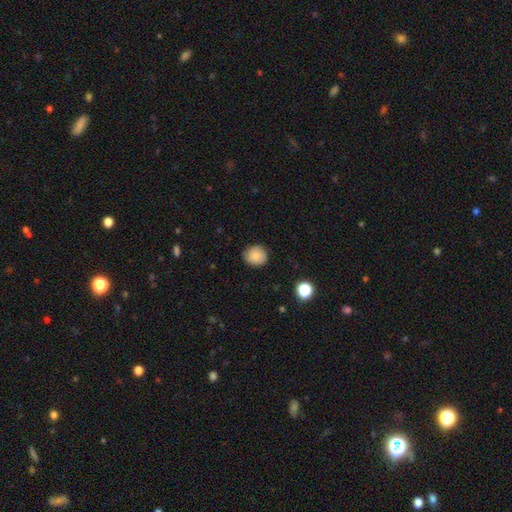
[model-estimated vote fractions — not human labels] A smooth galaxy with no disk features (84%) that is round (80%).

Vote fractions:
- Smooth or featured? smooth: 84% / star or artifact: 9% / featured or disk: 7%
- How rounded? round: 80% / in between: 19% / cigar-shaped: 1%
- Merging? none: 82% / minor disturbance: 15% / major disturbance: 2% / merger: 1%